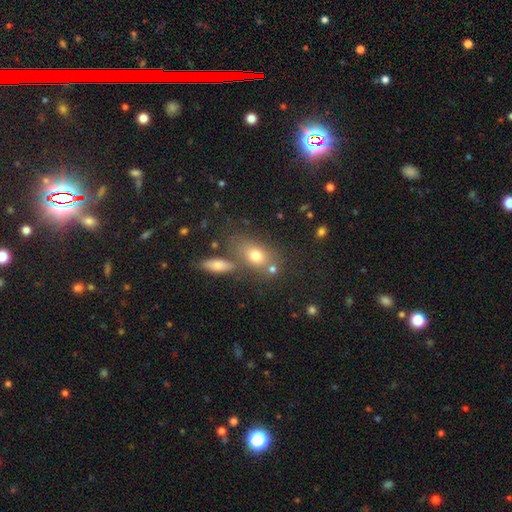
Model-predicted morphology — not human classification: The model was most divided on "merging": none: 58%, merger: 23%, minor disturbance: 14%, major disturbance: 6%. More confident: how rounded — in between (73%); smooth or featured — smooth (72%).